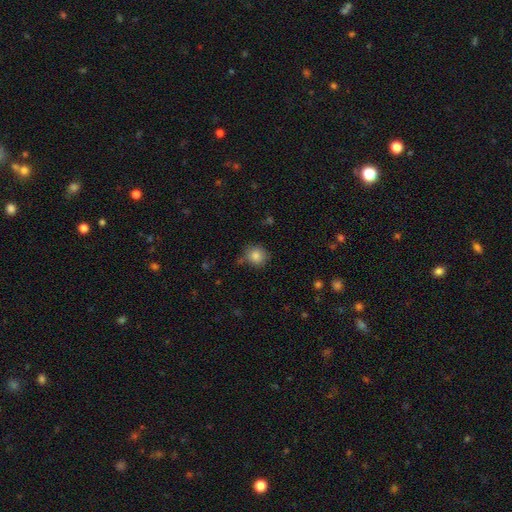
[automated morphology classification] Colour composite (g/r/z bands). It shows a smooth galaxy with no disk features (84%) that is round (89%). Merging: none (75%).